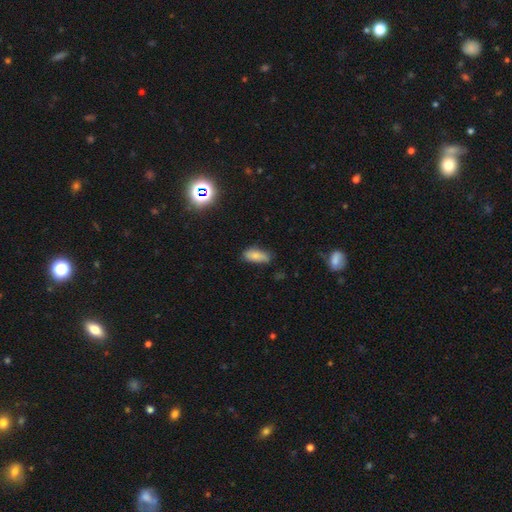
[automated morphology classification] smooth_or_featured: smooth (p=0.80) [alt: star or artifact p=0.10]
how_rounded: in between (p=0.81) [alt: cigar-shaped p=0.16]
merging: none (p=0.66) [alt: minor disturbance p=0.27]